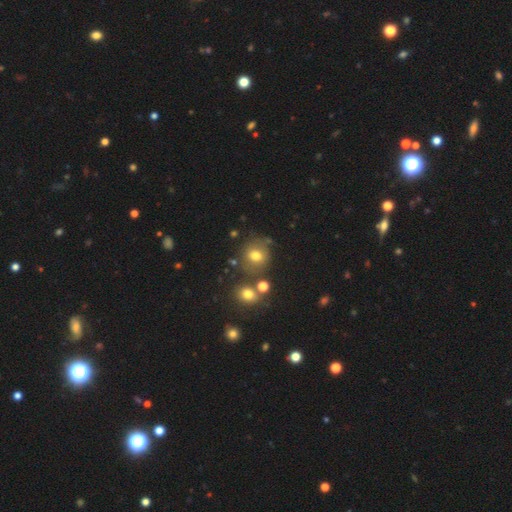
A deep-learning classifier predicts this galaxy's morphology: A smooth galaxy with no disk features (71%) that is round (79%). Merging: none (70%).